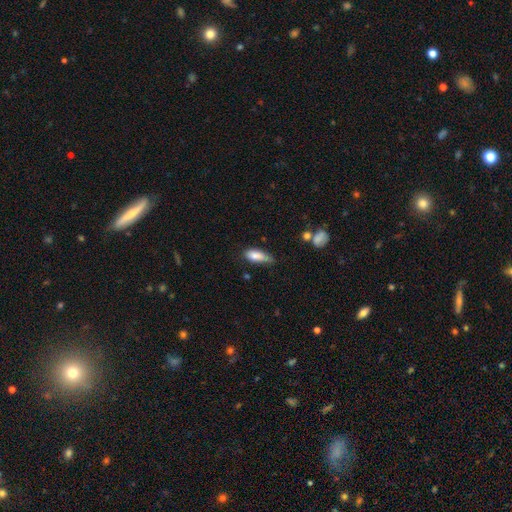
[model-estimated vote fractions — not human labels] Smooth or featured? smooth (82%)
How rounded? in between (72%)
Merging? minor disturbance (43%)